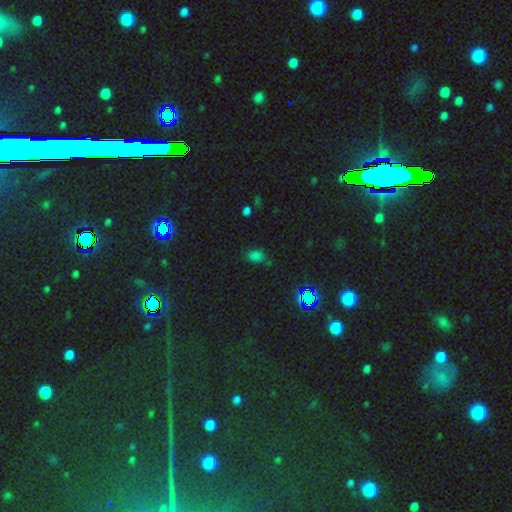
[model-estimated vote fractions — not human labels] Smooth or featured? smooth (64%)
How rounded? in between (79%)
Merging? none (74%)